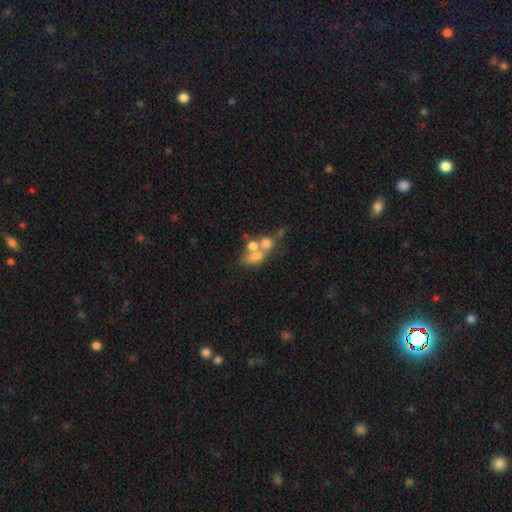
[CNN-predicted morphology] Overall: smooth (51%; featured or disk 32%). How rounded: in between (58%; round 38%). Merging: merger (58%; none 24%).